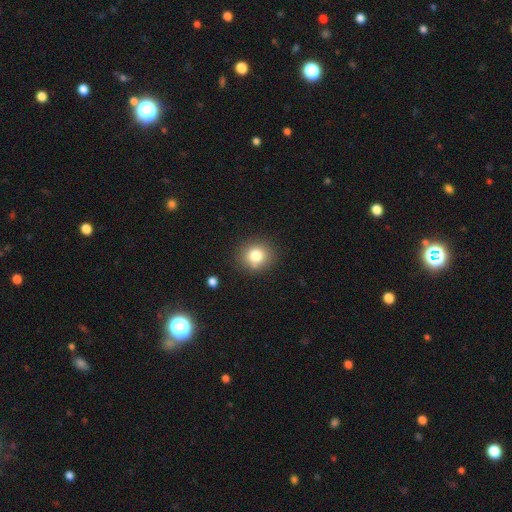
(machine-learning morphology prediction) Overall: smooth (80%). How rounded: round (85%). Merging: none (82%).